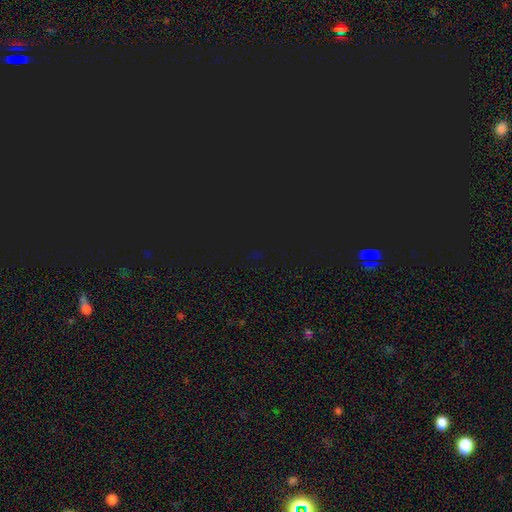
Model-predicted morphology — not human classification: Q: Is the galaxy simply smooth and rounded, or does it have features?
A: star or artifact — 80%.